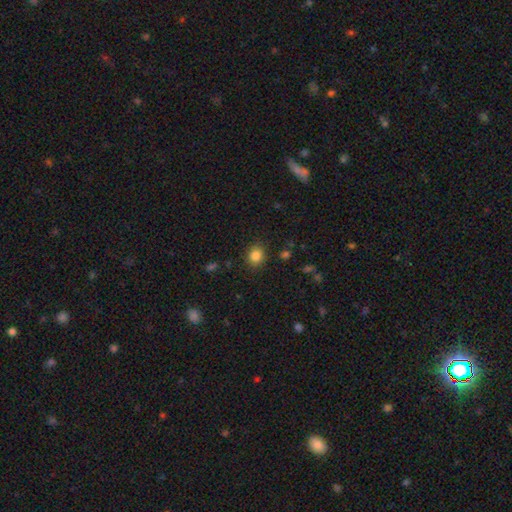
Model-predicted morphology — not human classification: A smooth galaxy with no disk features (84%) that is round (73%). Merging: none (87%).